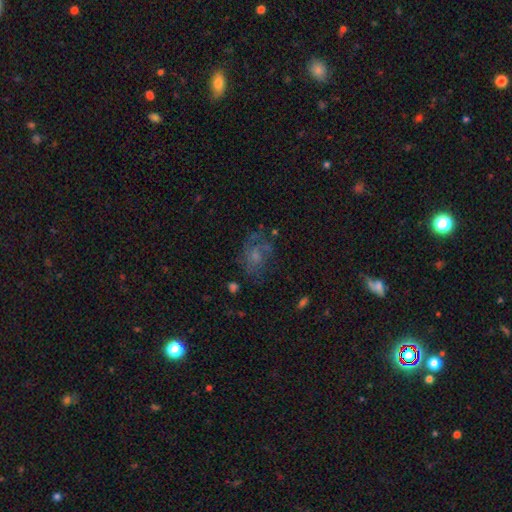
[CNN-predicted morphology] smooth-or-featured: featured or disk: 46% | smooth: 37% | star or artifact: 16%
  merging: none: 50% | major disturbance: 24% | minor disturbance: 22% | merger: 4%